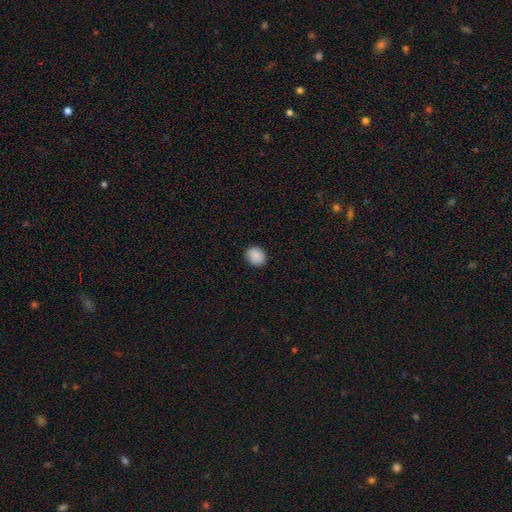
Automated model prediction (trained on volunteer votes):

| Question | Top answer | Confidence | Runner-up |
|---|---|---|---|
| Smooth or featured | smooth | 89% | star or artifact (8%) |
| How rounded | round | 66% | in between (33%) |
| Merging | none | 89% | minor disturbance (8%) |